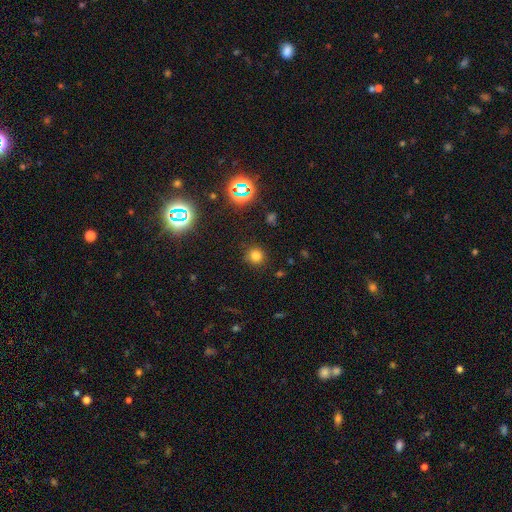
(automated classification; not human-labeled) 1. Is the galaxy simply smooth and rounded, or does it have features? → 74% smooth, 20% star or artifact, 6% featured or disk.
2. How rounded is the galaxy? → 91% round, 8% in between, 1% cigar-shaped.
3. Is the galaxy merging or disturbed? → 88% none, 7% minor disturbance, 3% major disturbance, 1% merger.